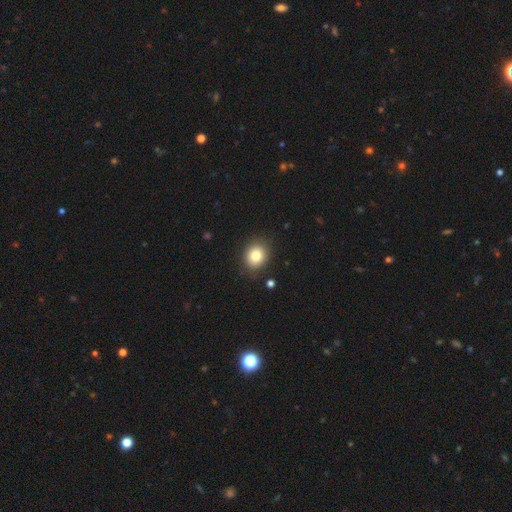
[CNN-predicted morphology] Q: Smooth or featured?
A: smooth (82%); runner-up: star or artifact (10%)
Q: How rounded?
A: round (70%); runner-up: in between (29%)
Q: Merging?
A: none (86%); runner-up: minor disturbance (9%)